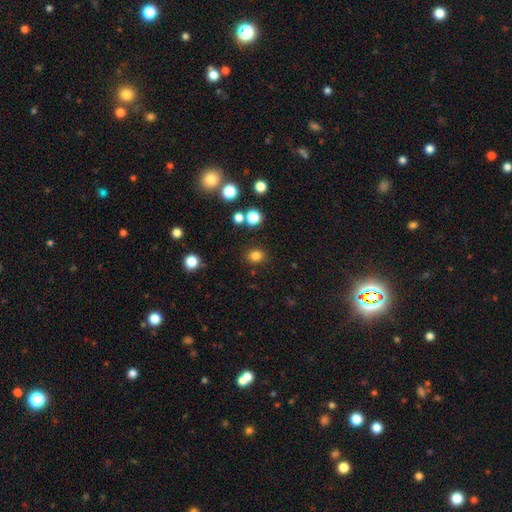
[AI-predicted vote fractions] Smooth or featured?
  - smooth: 82% *
  - star or artifact: 14%
  - featured or disk: 4%
How rounded?
  - round: 63% *
  - in between: 36%
  - cigar-shaped: 1%
Merging?
  - none: 86% *
  - minor disturbance: 9%
  - major disturbance: 3%
  - merger: 3%